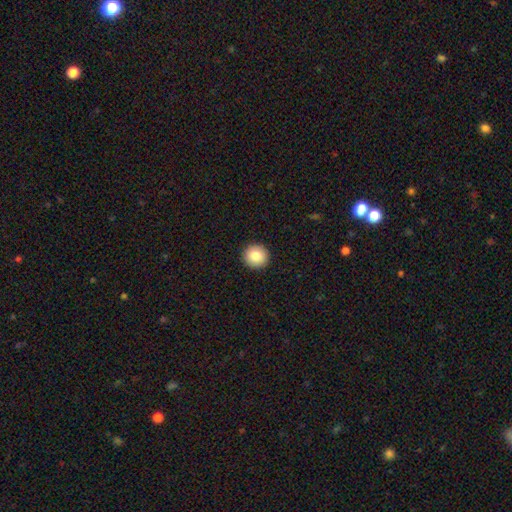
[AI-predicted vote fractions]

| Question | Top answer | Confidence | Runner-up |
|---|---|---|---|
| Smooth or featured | smooth | 84% | star or artifact (8%) |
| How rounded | round | 94% | in between (5%) |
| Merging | none | 93% | minor disturbance (4%) |